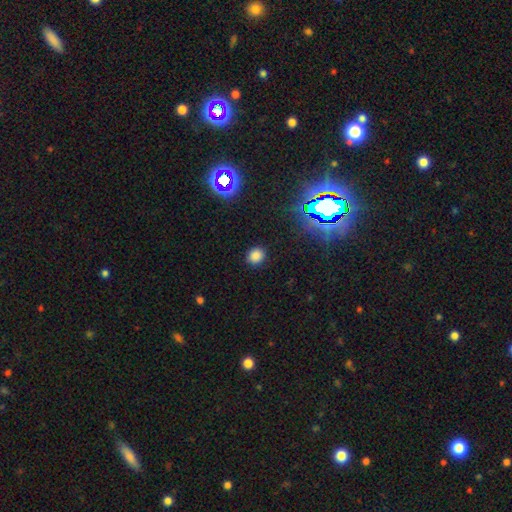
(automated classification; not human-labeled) smooth_or_featured: smooth (p=0.78) [alt: star or artifact p=0.17]
how_rounded: round (p=0.75) [alt: in between p=0.24]
merging: none (p=0.87) [alt: minor disturbance p=0.09]